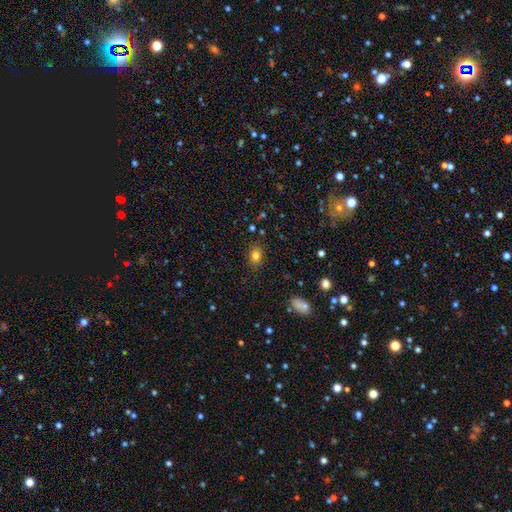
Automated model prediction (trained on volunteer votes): A smooth galaxy with no disk features (81%) that is in between round and cigar-shaped (55%).

Vote fractions:
- Smooth or featured? smooth: 81% / star or artifact: 12% / featured or disk: 7%
- How rounded? in between: 55% / round: 44% / cigar-shaped: 1%
- Merging? none: 84% / minor disturbance: 11% / major disturbance: 3% / merger: 1%